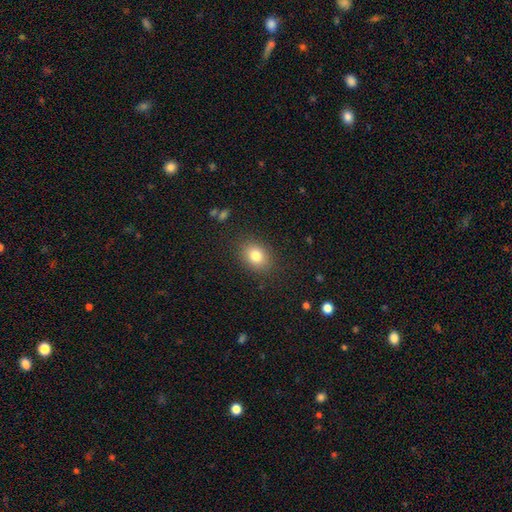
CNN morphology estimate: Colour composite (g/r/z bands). It shows a smooth galaxy with no disk features (81%) that is in between round and cigar-shaped (62%). Merging: none (86%).